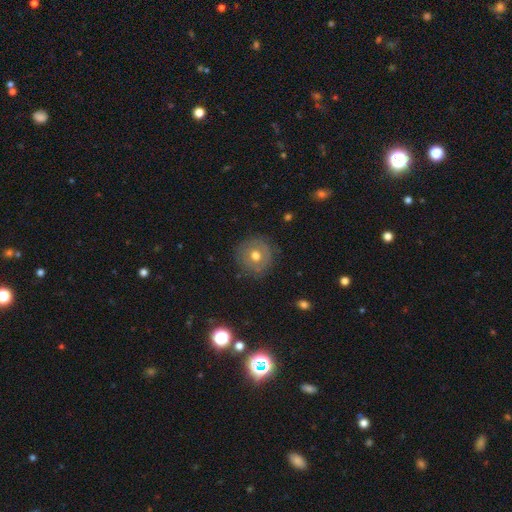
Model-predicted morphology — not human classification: This appears to be a smooth galaxy with no disk features (56%) that is round (93%). Merging: none (82%).